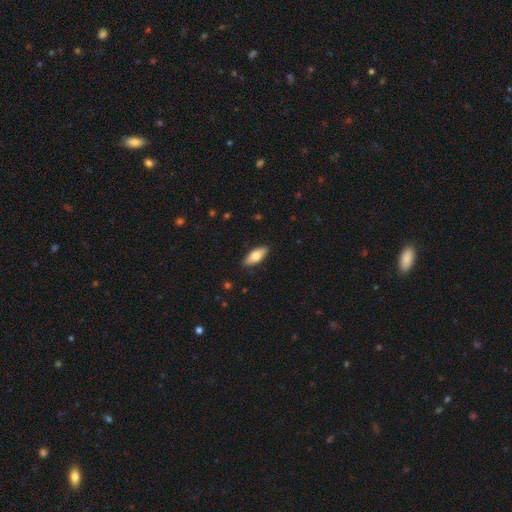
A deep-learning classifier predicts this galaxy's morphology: Smooth or featured: smooth — 75% (featured or disk — 19%)
How rounded: in between — 82% (cigar-shaped — 15%)
Merging: none — 88% (minor disturbance — 9%)